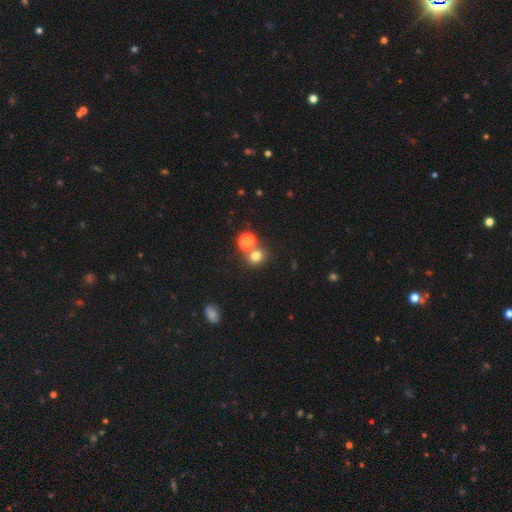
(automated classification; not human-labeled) This appears to be a smooth galaxy with no disk features (74%) that is round (83%). Merging: none (64%).